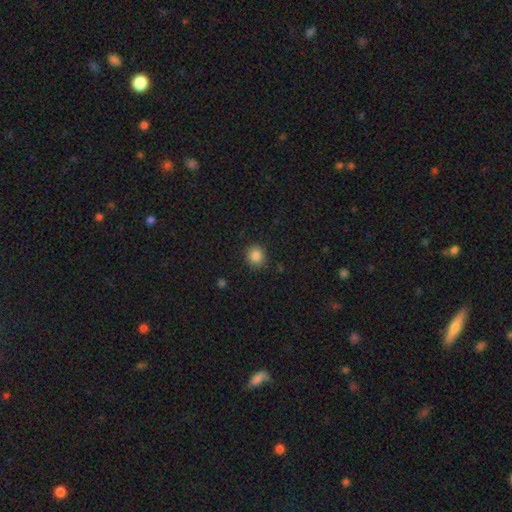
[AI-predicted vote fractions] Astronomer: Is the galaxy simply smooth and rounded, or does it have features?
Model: smooth — 85%.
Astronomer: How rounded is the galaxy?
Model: round — 87%.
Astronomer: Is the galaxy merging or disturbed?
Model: none — 90%.